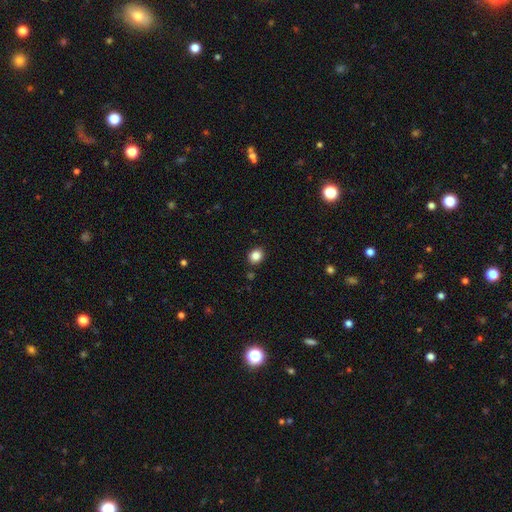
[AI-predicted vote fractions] smooth-or-featured: smooth: 85% | star or artifact: 10% | featured or disk: 5%
  how-rounded: round: 64% | in between: 36% | cigar-shaped: 1%
  merging: none: 89% | minor disturbance: 7% | merger: 2% | major disturbance: 2%